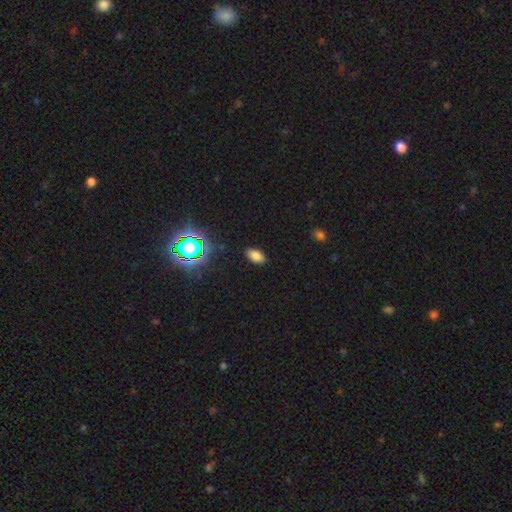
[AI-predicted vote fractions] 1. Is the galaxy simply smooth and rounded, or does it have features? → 76% smooth, 17% star or artifact, 7% featured or disk.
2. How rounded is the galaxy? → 91% in between, 7% round, 2% cigar-shaped.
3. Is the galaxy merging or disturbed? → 88% none, 9% minor disturbance, 2% major disturbance, 1% merger.